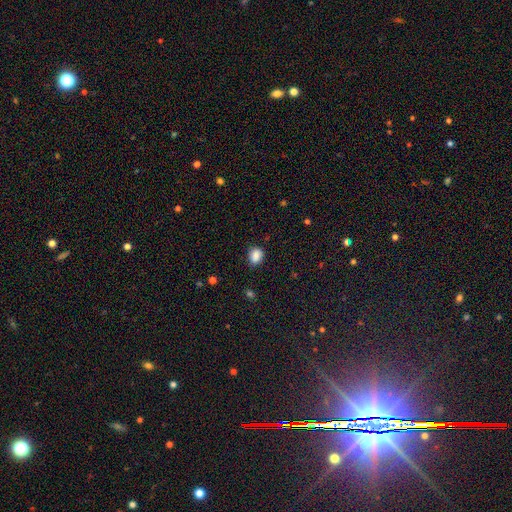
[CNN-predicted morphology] Smooth or featured? Predicted: smooth (p=0.87). How rounded? Predicted: in between (p=0.57). Merging? Predicted: none (p=0.78).